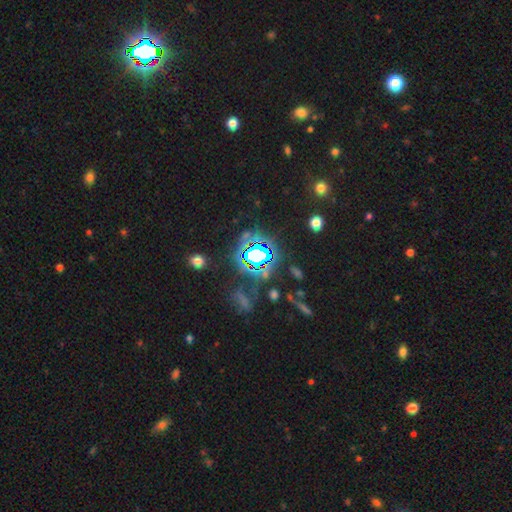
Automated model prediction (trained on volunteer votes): smooth_or_featured: star or artifact (p=0.70) [alt: smooth p=0.16]